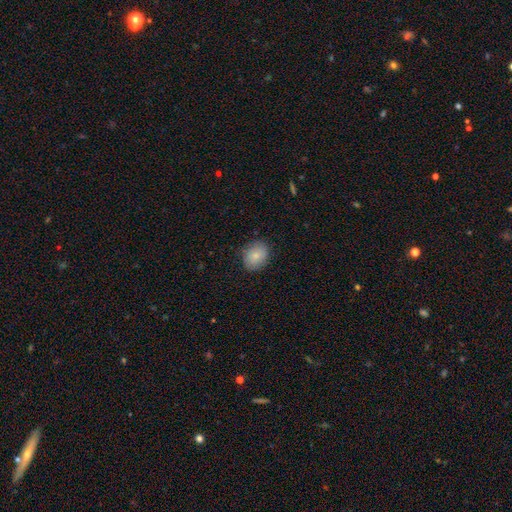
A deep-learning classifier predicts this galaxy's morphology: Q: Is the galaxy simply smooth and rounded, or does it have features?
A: smooth — 79%.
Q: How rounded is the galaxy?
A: in between — 56%.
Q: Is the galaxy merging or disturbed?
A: none — 82%.